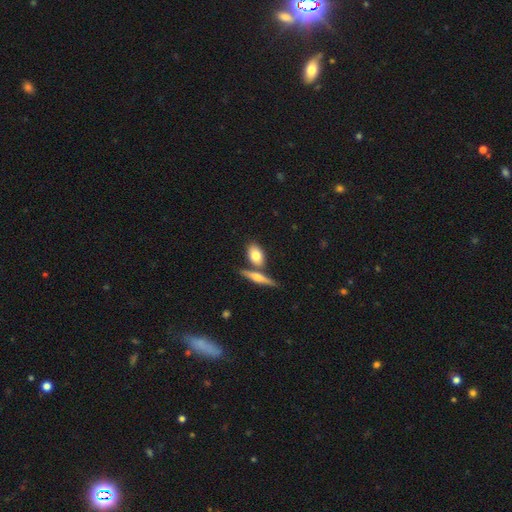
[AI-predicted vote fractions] The model was most divided on "merging": none: 61%, merger: 24%, minor disturbance: 11%, major disturbance: 3%. More confident: how rounded — in between (79%); smooth or featured — smooth (75%).